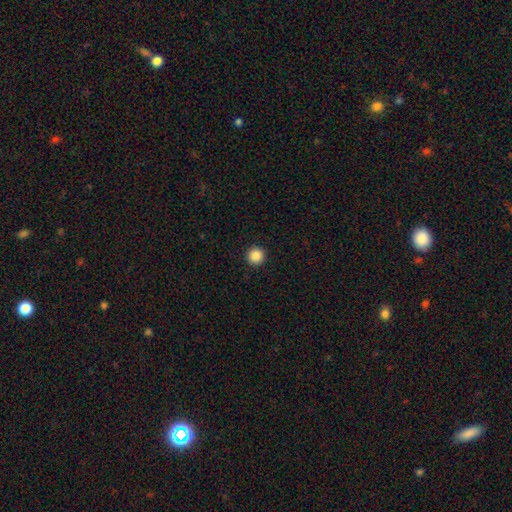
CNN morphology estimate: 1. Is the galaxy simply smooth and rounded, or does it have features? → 87% smooth, 10% star or artifact, 3% featured or disk.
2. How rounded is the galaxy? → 96% round, 3% in between, 1% cigar-shaped.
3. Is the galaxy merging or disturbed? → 94% none, 4% minor disturbance, 1% major disturbance, 1% merger.